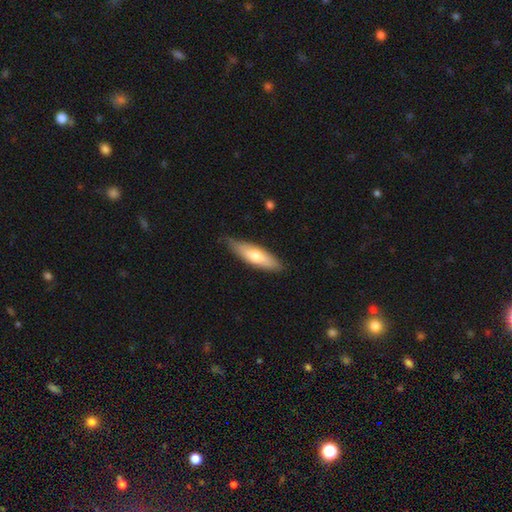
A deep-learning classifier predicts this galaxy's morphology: Smooth or featured?
  - smooth: 65% *
  - featured or disk: 30%
  - star or artifact: 5%
How rounded?
  - cigar-shaped: 59% *
  - in between: 40%
  - round: 2%
Merging?
  - none: 79% *
  - minor disturbance: 17%
  - major disturbance: 2%
  - merger: 1%